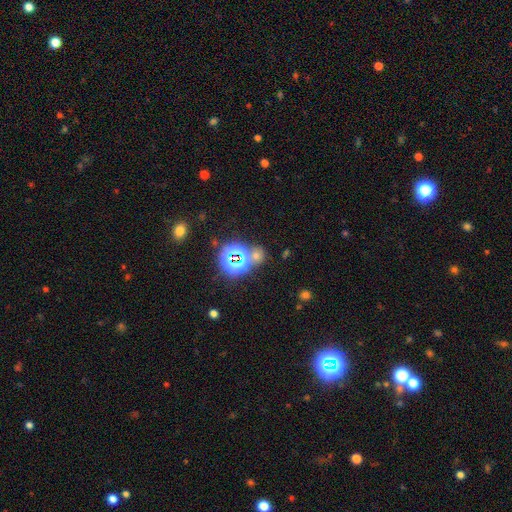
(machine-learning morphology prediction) Q: Smooth or featured?
A: star or artifact (55%); runner-up: smooth (38%)